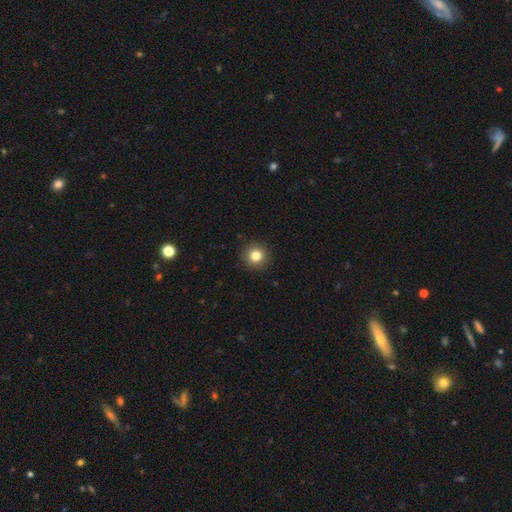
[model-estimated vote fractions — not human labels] Overall: smooth (83%). How rounded: round (94%). Merging: none (92%).